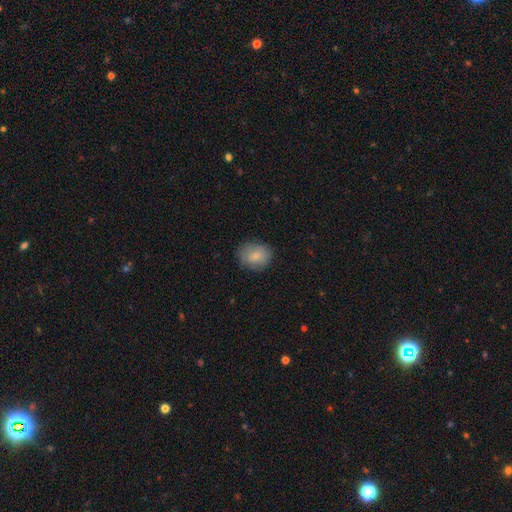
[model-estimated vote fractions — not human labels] This appears to be a smooth galaxy with no disk features (84%) that is round (55%). Merging: none (80%).